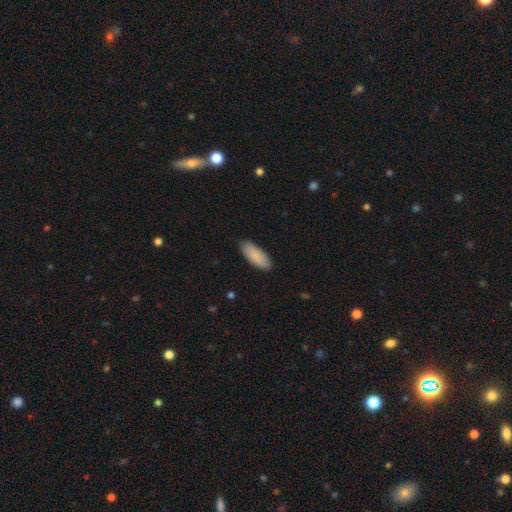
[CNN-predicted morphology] Smooth or featured?
  - smooth: 89% *
  - featured or disk: 6%
  - star or artifact: 6%
How rounded?
  - in between: 78% *
  - cigar-shaped: 20%
  - round: 2%
Merging?
  - none: 86% *
  - minor disturbance: 11%
  - major disturbance: 2%
  - merger: 1%